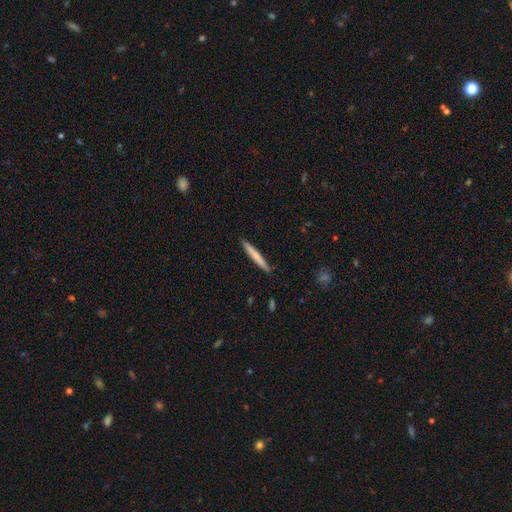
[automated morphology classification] A smooth galaxy with no disk features (68%) that is cigar-shaped (96%).

Vote fractions:
- Smooth or featured? smooth: 68% / featured or disk: 27% / star or artifact: 5%
- How rounded? cigar-shaped: 96% / in between: 2% / round: 1%
- Merging? none: 91% / minor disturbance: 7% / major disturbance: 1% / merger: 1%